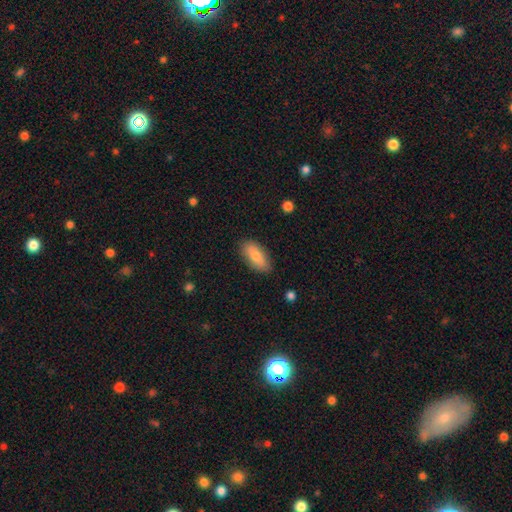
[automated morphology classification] A smooth galaxy with no disk features (77%) that is in between round and cigar-shaped (88%). Merging: none (83%).